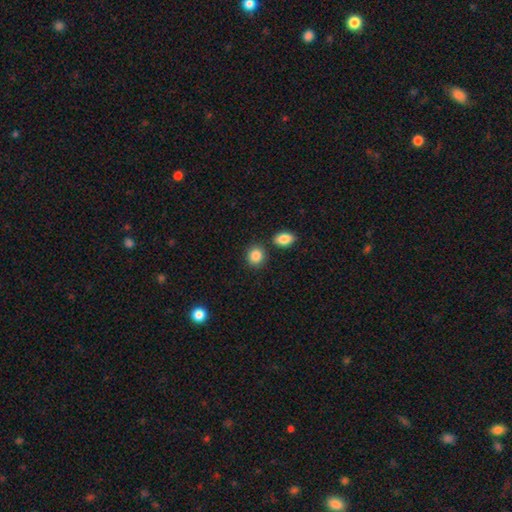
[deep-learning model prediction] Smooth or featured? Predicted: smooth (p=0.88). How rounded? Predicted: round (p=0.77). Merging? Predicted: none (p=0.80).